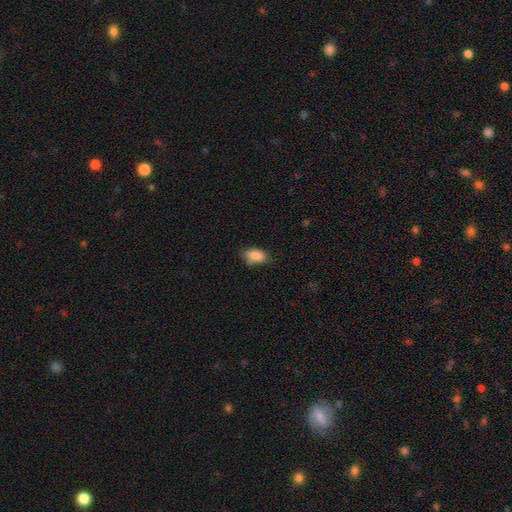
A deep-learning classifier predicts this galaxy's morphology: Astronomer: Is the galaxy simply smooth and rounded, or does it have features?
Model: smooth — 87%.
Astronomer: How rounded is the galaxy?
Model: in between — 90%.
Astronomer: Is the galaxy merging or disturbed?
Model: none — 69%.